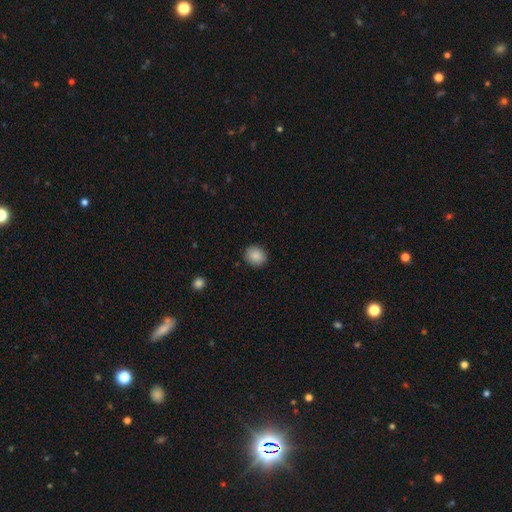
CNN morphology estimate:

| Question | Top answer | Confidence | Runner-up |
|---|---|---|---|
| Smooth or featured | smooth | 88% | star or artifact (8%) |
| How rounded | round | 73% | in between (26%) |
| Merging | none | 89% | minor disturbance (7%) |